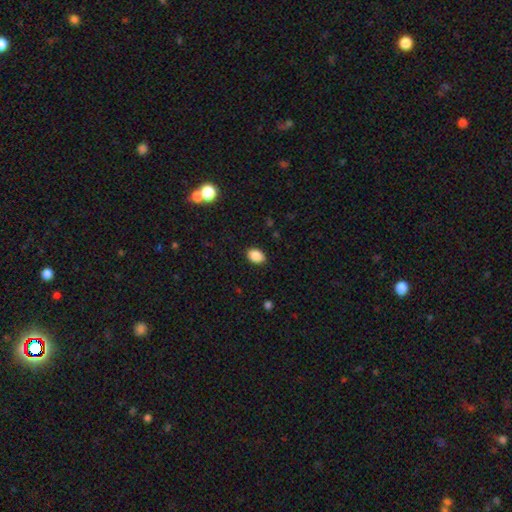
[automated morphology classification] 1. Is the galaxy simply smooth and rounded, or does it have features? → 88% smooth, 9% star or artifact, 4% featured or disk.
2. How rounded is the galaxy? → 78% in between, 21% round, 1% cigar-shaped.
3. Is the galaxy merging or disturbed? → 88% none, 9% minor disturbance, 2% major disturbance, 1% merger.